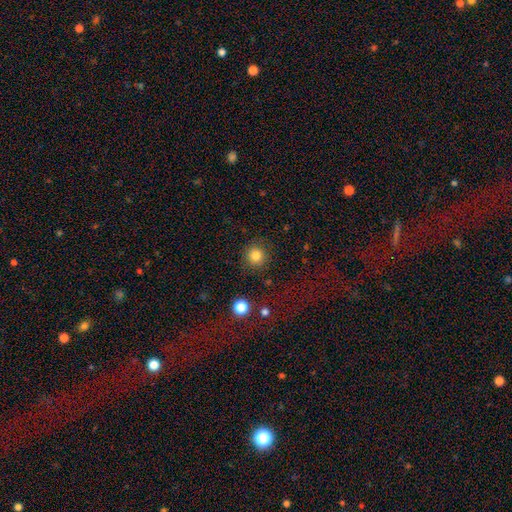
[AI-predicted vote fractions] The model was most divided on "smooth or featured": smooth: 83%, star or artifact: 12%, featured or disk: 5%. More confident: how rounded — round (94%); merging — none (89%).